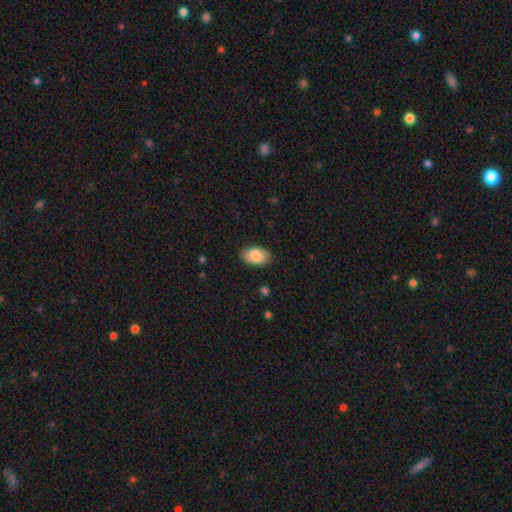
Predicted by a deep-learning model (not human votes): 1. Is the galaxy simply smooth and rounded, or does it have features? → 84% smooth, 10% featured or disk, 6% star or artifact.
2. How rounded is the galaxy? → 93% in between, 6% round, 1% cigar-shaped.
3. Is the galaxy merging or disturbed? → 83% none, 13% minor disturbance, 3% major disturbance, 1% merger.